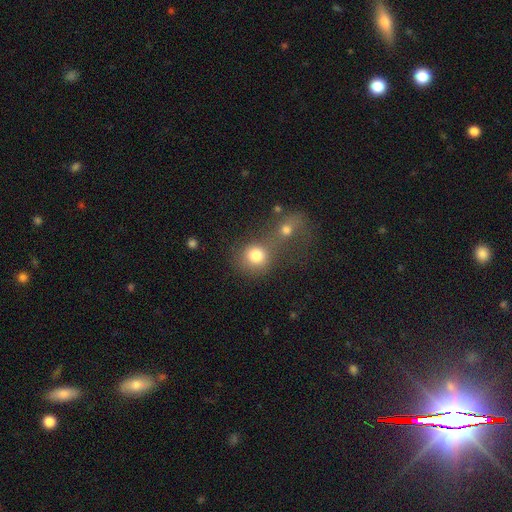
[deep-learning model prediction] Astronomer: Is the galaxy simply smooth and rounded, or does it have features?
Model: smooth — 79%.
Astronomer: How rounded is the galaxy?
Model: round — 82%.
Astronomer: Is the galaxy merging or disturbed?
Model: merger — 48% (runner-up: none, 37%).